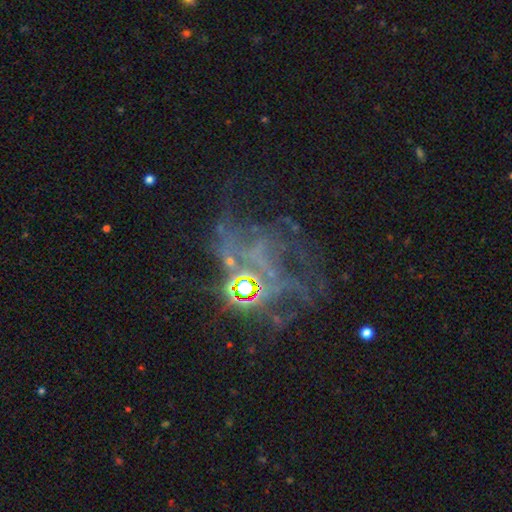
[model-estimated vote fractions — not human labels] A star or artifact, not a galaxy (53%).

Vote fractions:
- Smooth or featured? star or artifact: 53% / featured or disk: 34% / smooth: 12%